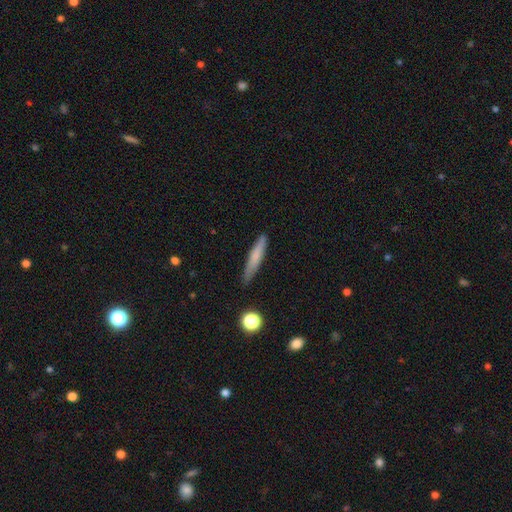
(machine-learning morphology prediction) smooth-or-featured: smooth: 69% | featured or disk: 24% | star or artifact: 7%
  how-rounded: cigar-shaped: 92% | in between: 6% | round: 2%
  merging: none: 85% | minor disturbance: 11% | major disturbance: 2% | merger: 2%